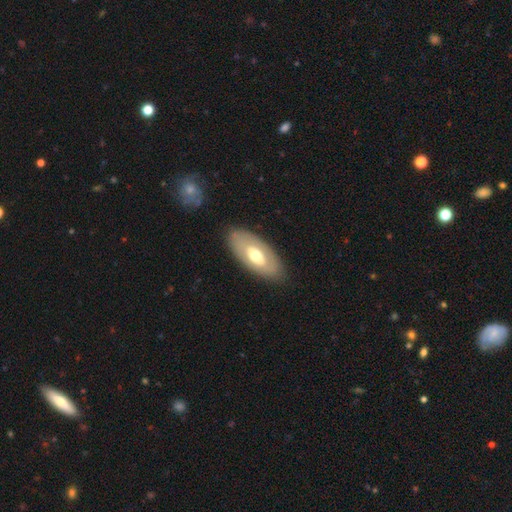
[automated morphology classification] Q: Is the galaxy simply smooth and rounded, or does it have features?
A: smooth — 51%.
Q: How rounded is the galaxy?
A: in between — 90%.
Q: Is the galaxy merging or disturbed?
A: none — 85%.